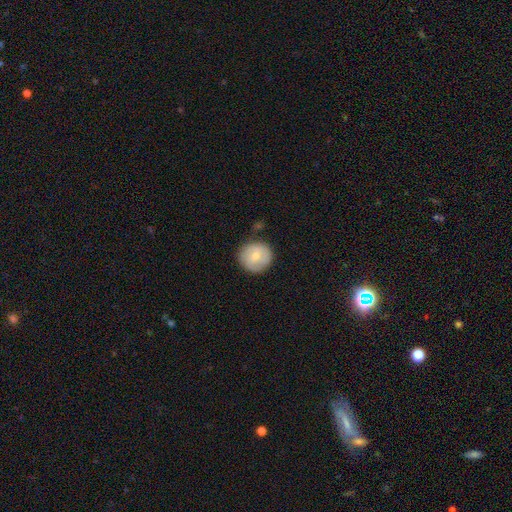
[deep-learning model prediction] Q: Smooth or featured?
A: smooth (66%); runner-up: featured or disk (27%)
Q: How rounded?
A: round (93%); runner-up: in between (6%)
Q: Merging?
A: none (79%); runner-up: minor disturbance (15%)